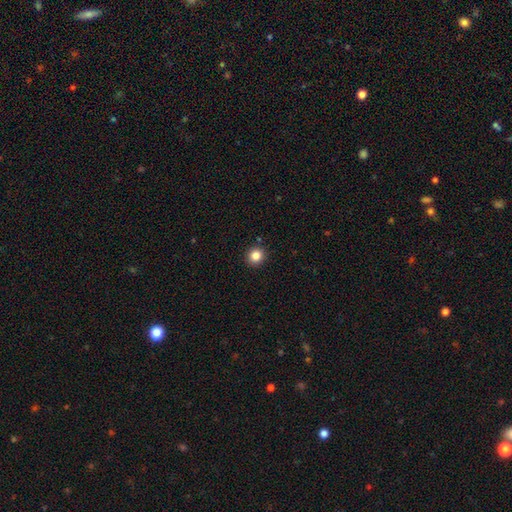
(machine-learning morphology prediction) smooth_or_featured: smooth (p=0.84) [alt: star or artifact p=0.11]
how_rounded: round (p=0.89) [alt: in between p=0.10]
merging: none (p=0.91) [alt: minor disturbance p=0.06]